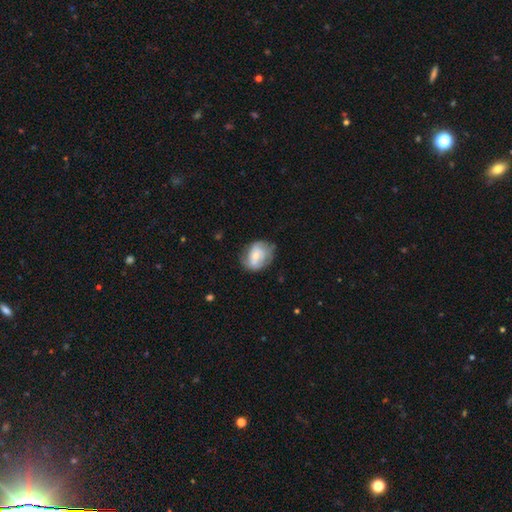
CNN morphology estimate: This appears to be a featured or disk galaxy (59%) with no bar (56%), spiral arms (75%) and a small central bulge (48%). Merging: none (59%).